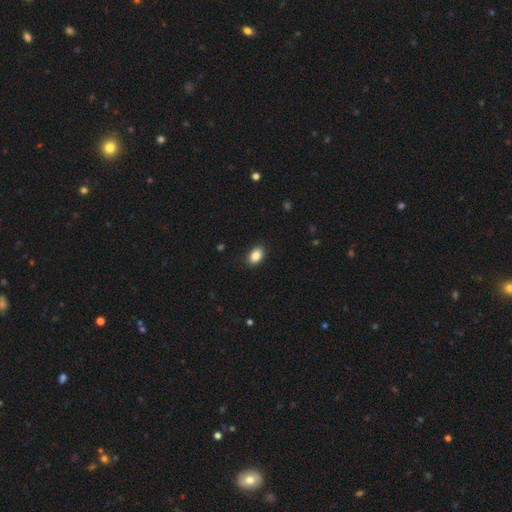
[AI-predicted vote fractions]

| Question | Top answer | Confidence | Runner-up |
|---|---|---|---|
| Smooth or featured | smooth | 87% | star or artifact (8%) |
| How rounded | in between | 87% | round (12%) |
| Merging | none | 89% | minor disturbance (8%) |